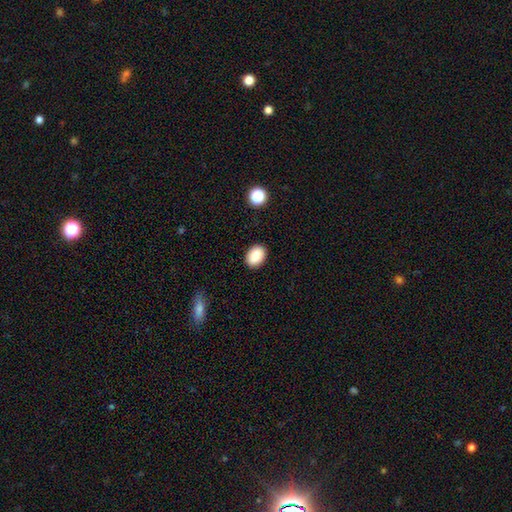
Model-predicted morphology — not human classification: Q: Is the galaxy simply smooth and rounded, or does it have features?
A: smooth — 85%.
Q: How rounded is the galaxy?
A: in between — 72%.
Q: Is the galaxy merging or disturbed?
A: none — 89%.